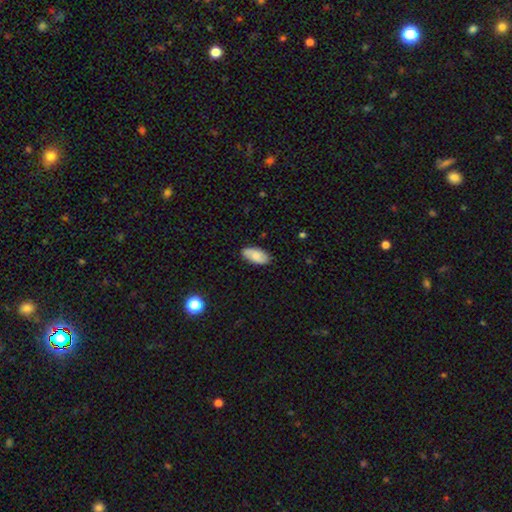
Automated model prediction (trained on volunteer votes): A smooth galaxy with no disk features (77%) that is in between round and cigar-shaped (93%).

Vote fractions:
- Smooth or featured? smooth: 77% / featured or disk: 16% / star or artifact: 7%
- How rounded? in between: 93% / cigar-shaped: 5% / round: 2%
- Merging? none: 84% / minor disturbance: 12% / major disturbance: 2% / merger: 1%